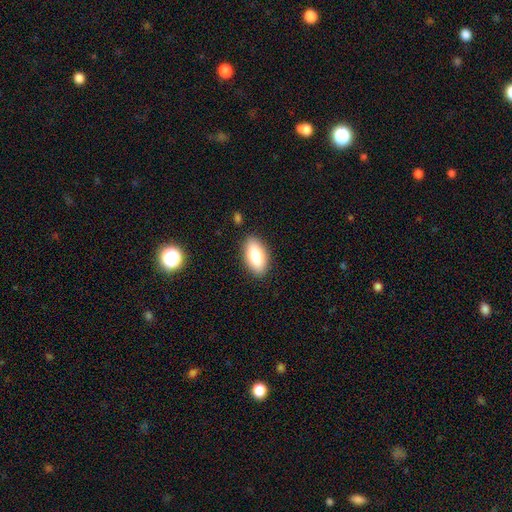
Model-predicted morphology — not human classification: Smooth or featured? smooth (80%)
How rounded? in between (92%)
Merging? none (87%)